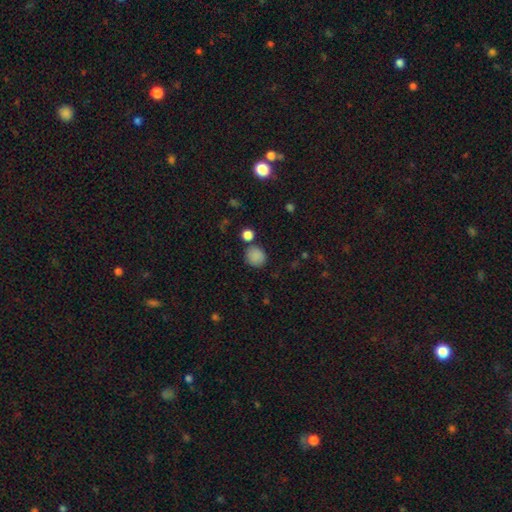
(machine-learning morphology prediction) This is clearly a smooth galaxy (86%). How rounded: clearly round (86%). Merging: likely none (76%).